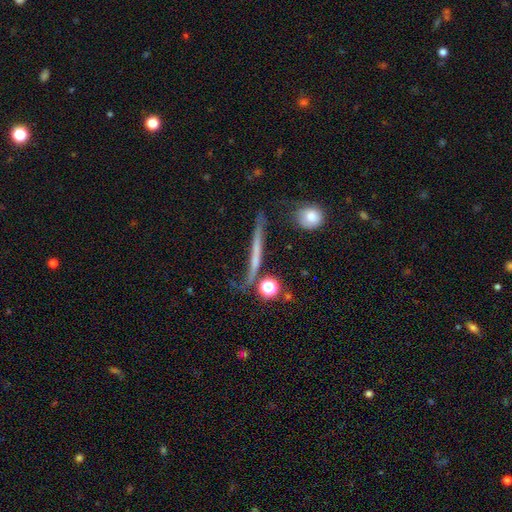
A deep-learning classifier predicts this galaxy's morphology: A featured or disk galaxy (54%) viewed edge-on (82%).

Vote fractions:
- Smooth or featured? featured or disk: 54% / smooth: 34% / star or artifact: 12%
- Edge-on disk? yes: 82% / no: 18%
- Merging? none: 58% / minor disturbance: 22% / major disturbance: 14% / merger: 7%